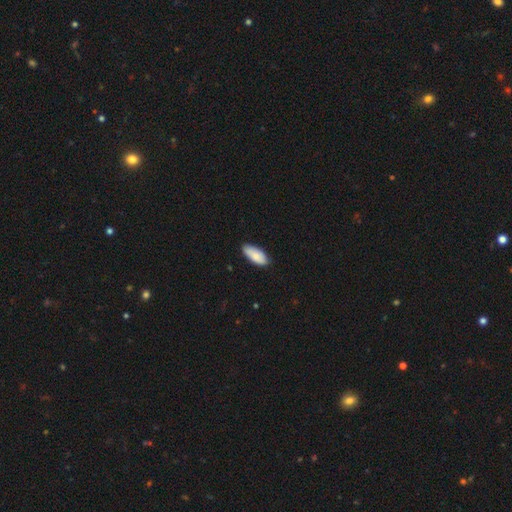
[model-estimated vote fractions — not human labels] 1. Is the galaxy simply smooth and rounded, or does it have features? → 83% smooth, 12% featured or disk, 6% star or artifact.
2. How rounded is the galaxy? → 87% in between, 12% cigar-shaped, 2% round.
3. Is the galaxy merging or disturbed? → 82% none, 15% minor disturbance, 2% major disturbance, 1% merger.